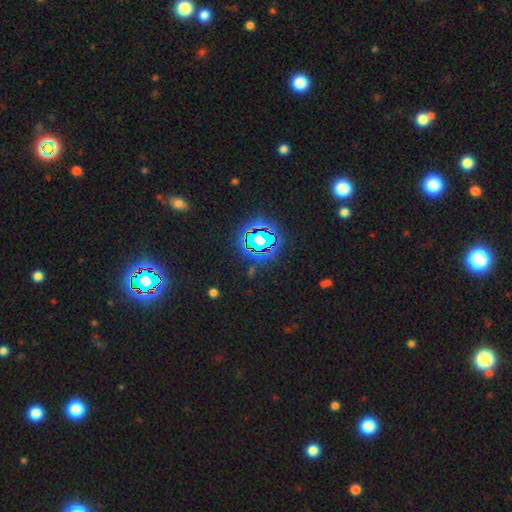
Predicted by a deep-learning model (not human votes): A star or artifact, not a galaxy (81%).